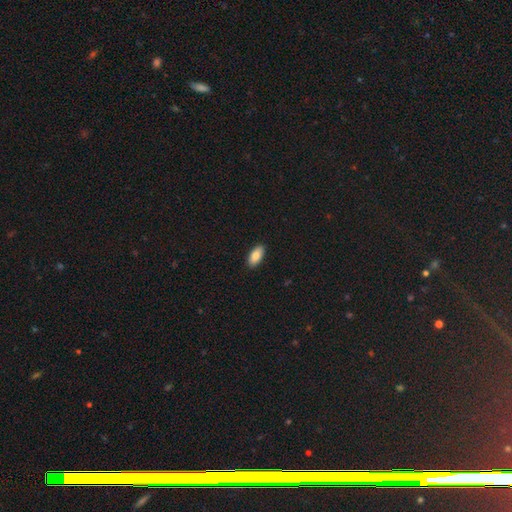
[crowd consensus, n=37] This appears to be a smooth galaxy with no disk features (81%) that is in between round and cigar-shaped (97%). Merging: none (78%).